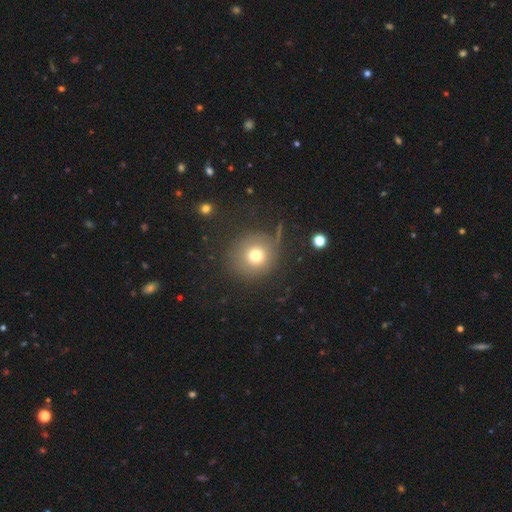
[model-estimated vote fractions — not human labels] Q: Smooth or featured?
A: smooth (71%); runner-up: star or artifact (16%)
Q: How rounded?
A: round (91%); runner-up: in between (8%)
Q: Merging?
A: none (78%); runner-up: minor disturbance (12%)